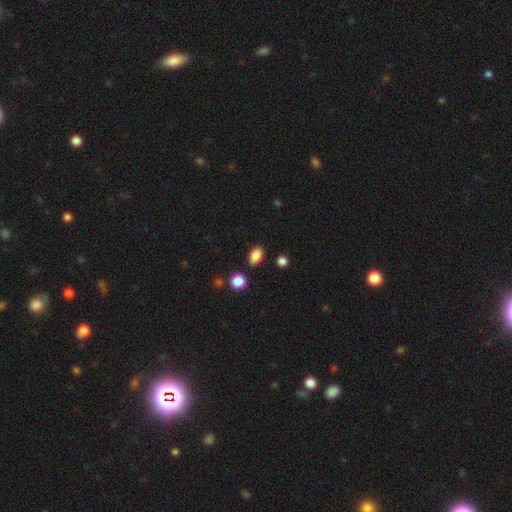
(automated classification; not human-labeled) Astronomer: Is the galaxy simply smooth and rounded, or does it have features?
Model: smooth — 86%.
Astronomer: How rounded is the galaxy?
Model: in between — 86%.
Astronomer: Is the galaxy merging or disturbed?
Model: none — 85%.